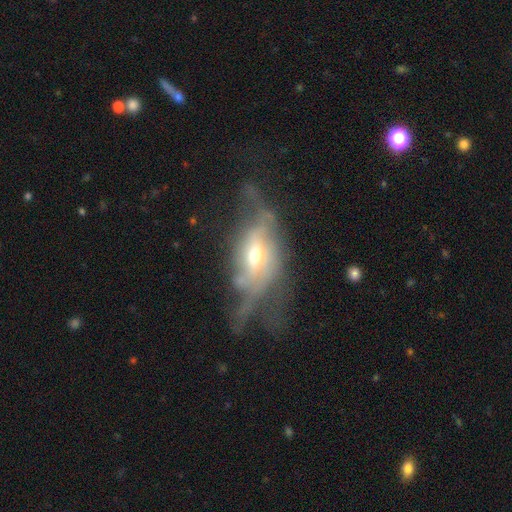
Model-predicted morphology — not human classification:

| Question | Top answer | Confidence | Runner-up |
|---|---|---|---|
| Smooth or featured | featured or disk | 70% | smooth (22%) |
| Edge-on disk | no | 68% | yes (32%) |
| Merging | major disturbance | 42% | none (29%) |